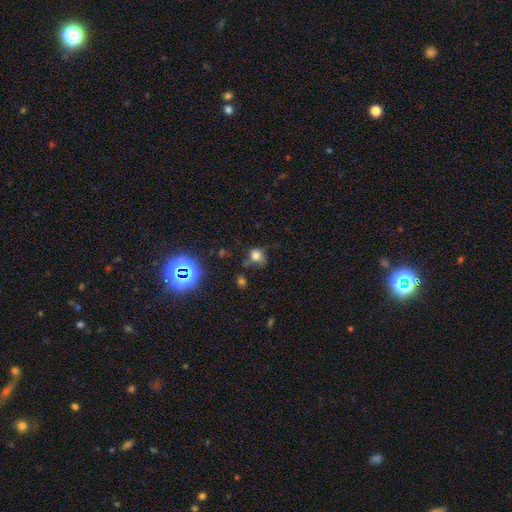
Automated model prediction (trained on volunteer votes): This is likely a smooth galaxy (70%). How rounded: likely round (69%). Merging: possibly none (53%).